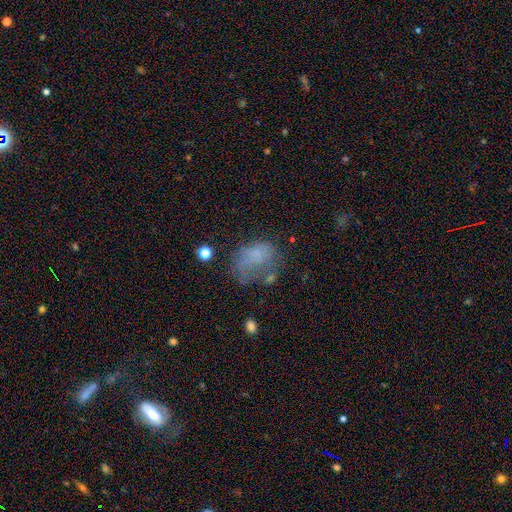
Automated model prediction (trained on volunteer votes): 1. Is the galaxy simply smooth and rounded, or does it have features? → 54% smooth, 30% featured or disk, 16% star or artifact.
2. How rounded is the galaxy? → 70% in between, 28% round, 1% cigar-shaped.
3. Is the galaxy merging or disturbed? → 34% major disturbance, 33% none, 26% minor disturbance, 7% merger.